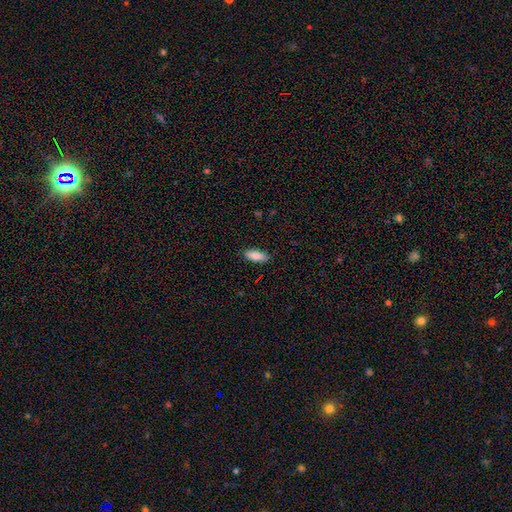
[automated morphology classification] Smooth or featured: smooth — 87% (featured or disk — 7%)
How rounded: in between — 79% (cigar-shaped — 19%)
Merging: none — 88% (minor disturbance — 9%)